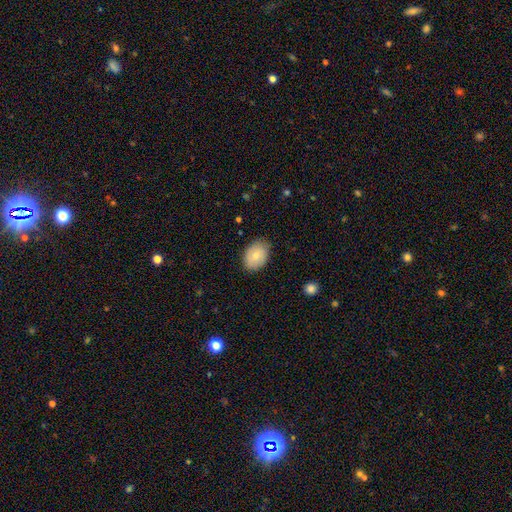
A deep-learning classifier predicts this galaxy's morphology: smooth-or-featured: smooth: 75% | featured or disk: 18% | star or artifact: 7%
  how-rounded: in between: 75% | round: 24% | cigar-shaped: 1%
  merging: none: 80% | minor disturbance: 16% | major disturbance: 3% | merger: 1%